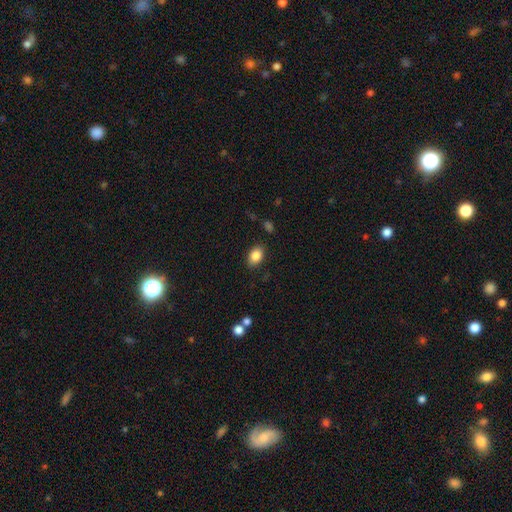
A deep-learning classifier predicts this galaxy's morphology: The model was most divided on "how rounded": in between: 83%, round: 16%, cigar-shaped: 1%. More confident: merging — none (86%); smooth or featured — smooth (85%).